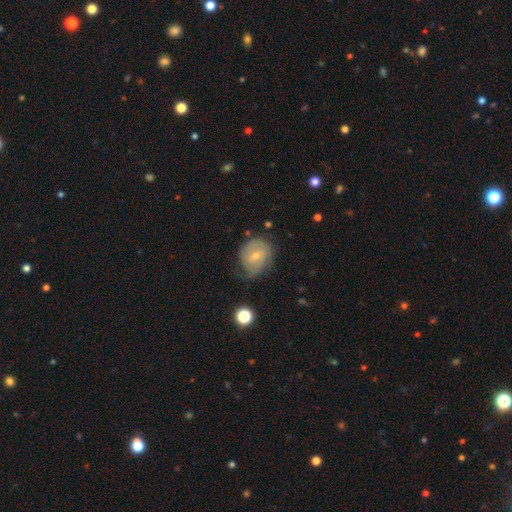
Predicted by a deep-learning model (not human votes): Smooth or featured? featured or disk (48%)
Merging? none (50%)